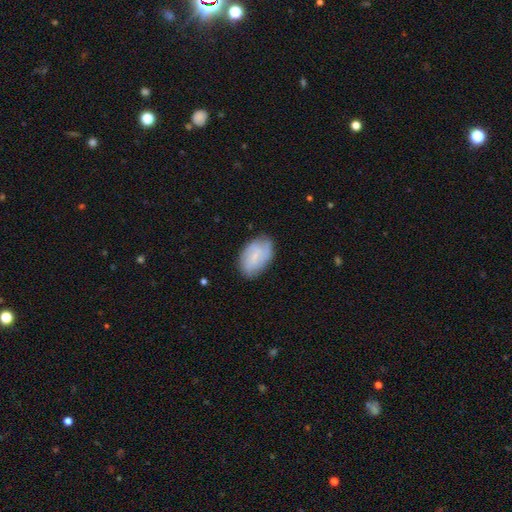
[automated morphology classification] Smooth or featured? featured or disk (49%)
Merging? none (75%)